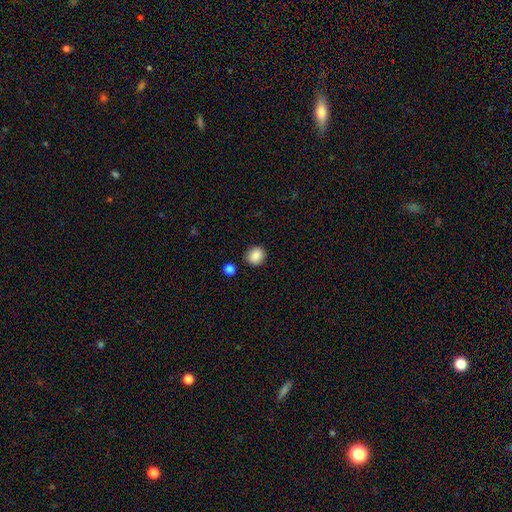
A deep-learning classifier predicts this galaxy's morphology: A smooth galaxy with no disk features (88%) that is round (74%).

Vote fractions:
- Smooth or featured? smooth: 88% / star or artifact: 9% / featured or disk: 4%
- How rounded? round: 74% / in between: 25% / cigar-shaped: 1%
- Merging? none: 85% / minor disturbance: 9% / merger: 3% / major disturbance: 2%